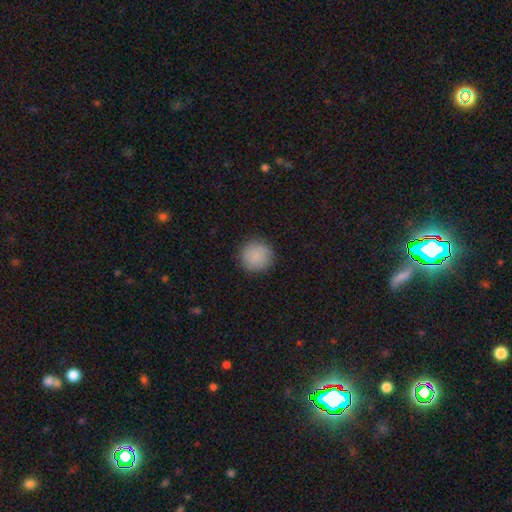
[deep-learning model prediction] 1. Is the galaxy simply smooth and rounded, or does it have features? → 88% smooth, 8% star or artifact, 5% featured or disk.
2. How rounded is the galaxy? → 94% round, 5% in between, 1% cigar-shaped.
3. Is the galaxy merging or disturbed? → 89% none, 8% minor disturbance, 2% major disturbance, 1% merger.